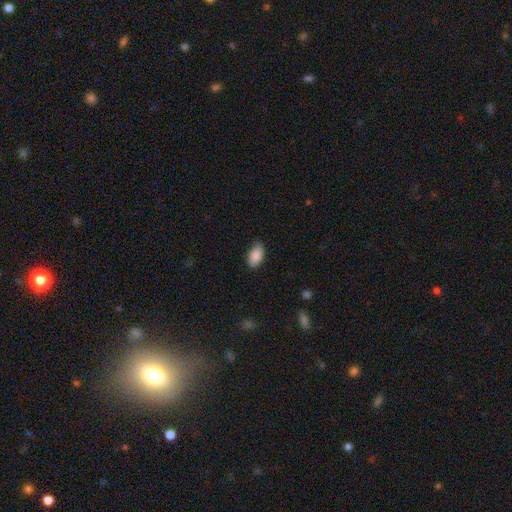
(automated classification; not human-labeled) A smooth galaxy with no disk features (88%) that is in between round and cigar-shaped (94%). Merging: none (76%).